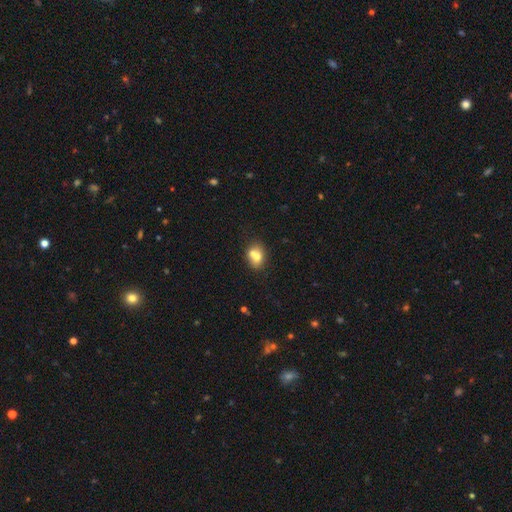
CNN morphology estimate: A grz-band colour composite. It shows a smooth galaxy with no disk features (68%) that is in between round and cigar-shaped (56%). Merging: merger (47%).